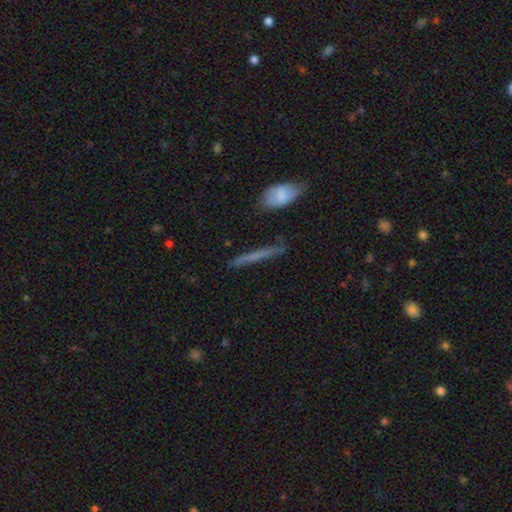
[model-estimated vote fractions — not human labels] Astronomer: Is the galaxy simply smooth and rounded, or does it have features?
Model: smooth — 53% (runner-up: featured or disk, 38%).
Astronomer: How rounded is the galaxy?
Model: cigar-shaped — 93%.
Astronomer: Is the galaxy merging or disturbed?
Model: none — 84%.